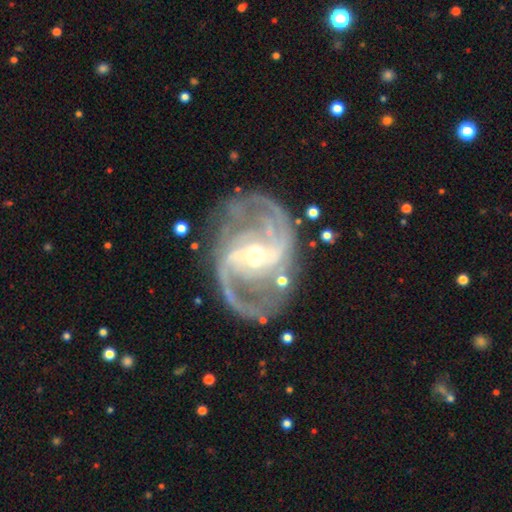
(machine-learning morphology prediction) This appears to be a featured or disk galaxy (93%) with a weak bar (41%), 2 (69%) medium (55%) spiral arms (98%) and a moderate central bulge (62%). Merging: none (73%).